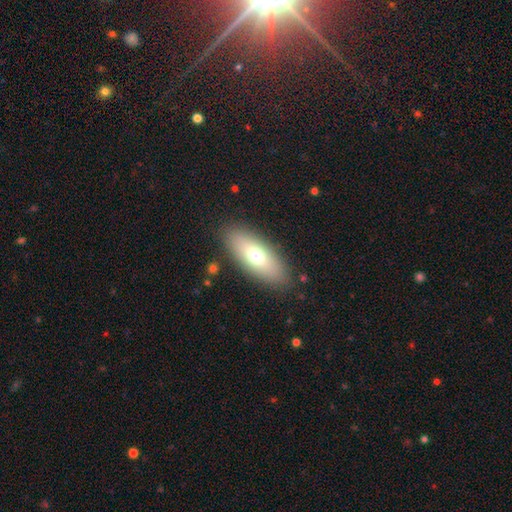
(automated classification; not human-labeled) Smooth or featured?
  - smooth: 68% *
  - featured or disk: 25%
  - star or artifact: 8%
How rounded?
  - in between: 75% *
  - cigar-shaped: 22%
  - round: 3%
Merging?
  - none: 86% *
  - minor disturbance: 9%
  - major disturbance: 3%
  - merger: 1%